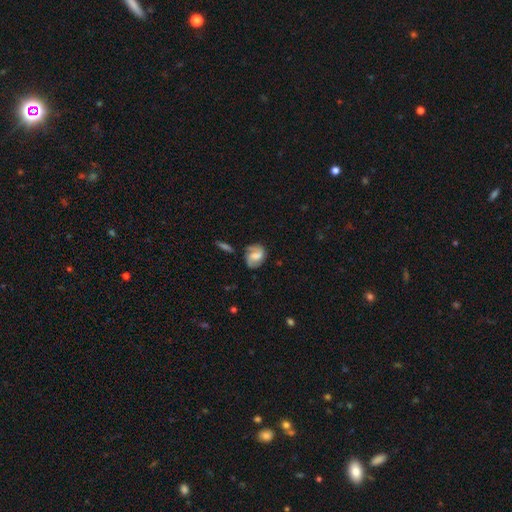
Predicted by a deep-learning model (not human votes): Overall: featured or disk (59%; smooth 33%). Edge-on disk: no (97%). Bar: weak (49%; no 30%). Spiral arms: yes (89%). Spiral arm count: 2 (77%). Spiral winding: medium (45%; tight 28%). Bulge size: moderate (35%; small 22%). Merging: none (67%).